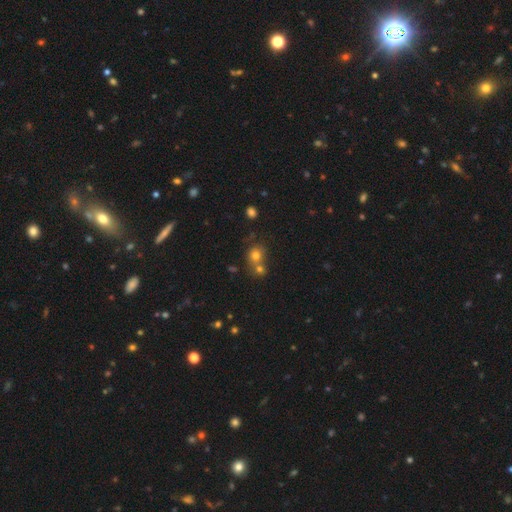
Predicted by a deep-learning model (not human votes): Q: Smooth or featured?
A: smooth (72%); runner-up: star or artifact (17%)
Q: How rounded?
A: round (79%); runner-up: in between (20%)
Q: Merging?
A: none (48%); runner-up: merger (40%)